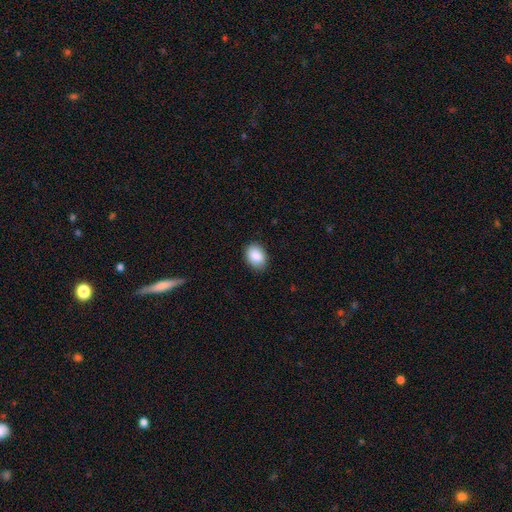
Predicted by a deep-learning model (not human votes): Smooth or featured? smooth (89%)
How rounded? in between (74%)
Merging? none (86%)